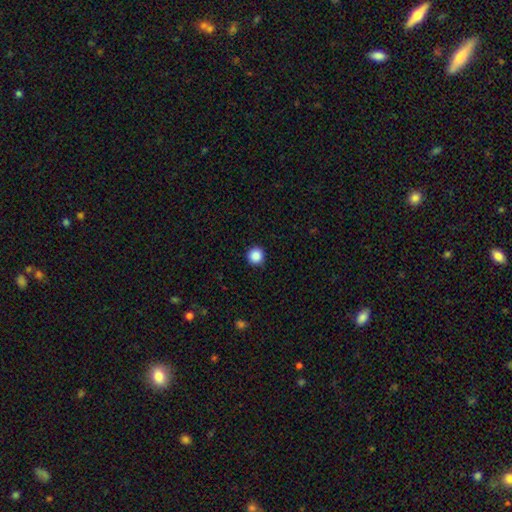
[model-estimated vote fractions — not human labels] Smooth or featured? Predicted: smooth (p=0.88). How rounded? Predicted: round (p=0.95). Merging? Predicted: none (p=0.92).